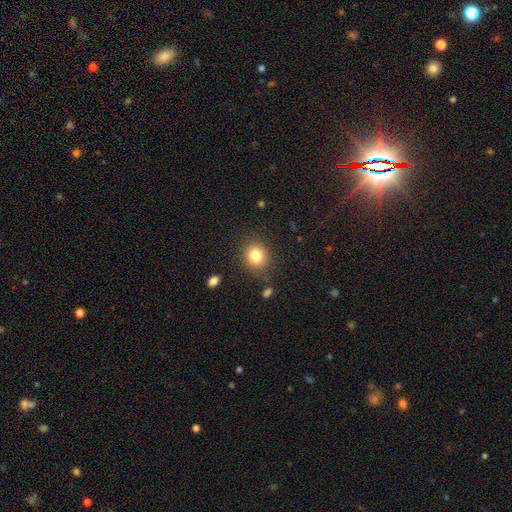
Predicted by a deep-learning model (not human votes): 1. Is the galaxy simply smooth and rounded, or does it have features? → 82% smooth, 11% star or artifact, 7% featured or disk.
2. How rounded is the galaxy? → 79% round, 20% in between, 1% cigar-shaped.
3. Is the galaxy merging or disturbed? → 85% none, 9% minor disturbance, 3% major disturbance, 2% merger.